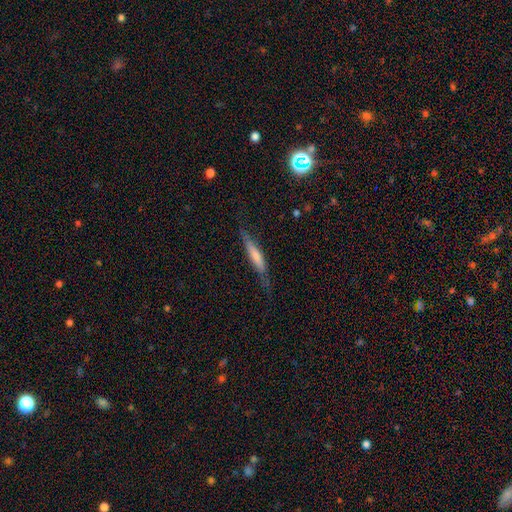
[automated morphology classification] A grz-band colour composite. It shows a featured or disk galaxy (47%). Merging: none (69%).